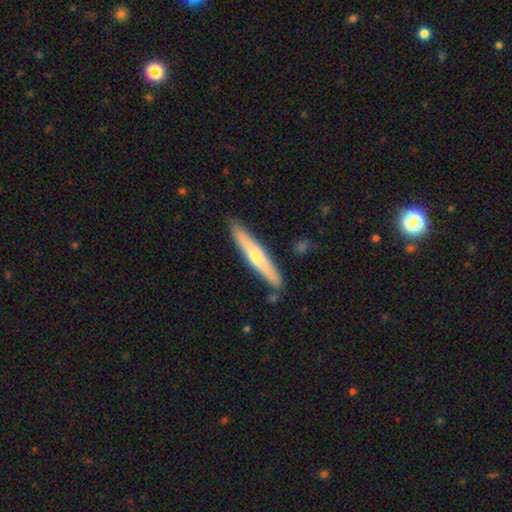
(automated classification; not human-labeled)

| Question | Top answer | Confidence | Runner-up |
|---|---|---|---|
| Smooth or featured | featured or disk | 50% | smooth (44%) |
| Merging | none | 87% | minor disturbance (9%) |